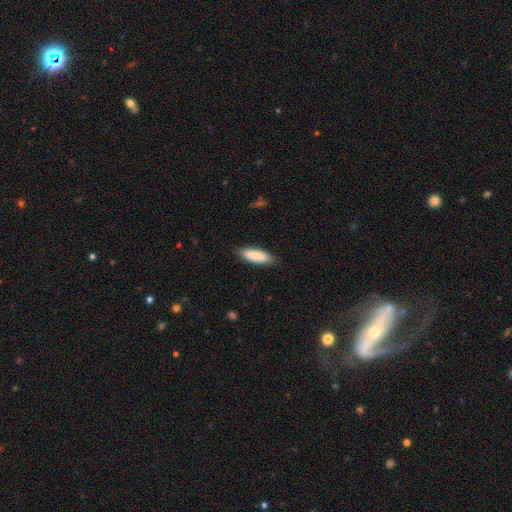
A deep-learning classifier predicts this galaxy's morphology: smooth 85%, featured or disk 10%, star or artifact 5%. Down the decision tree: how rounded — in between (55%); merging — none (87%).